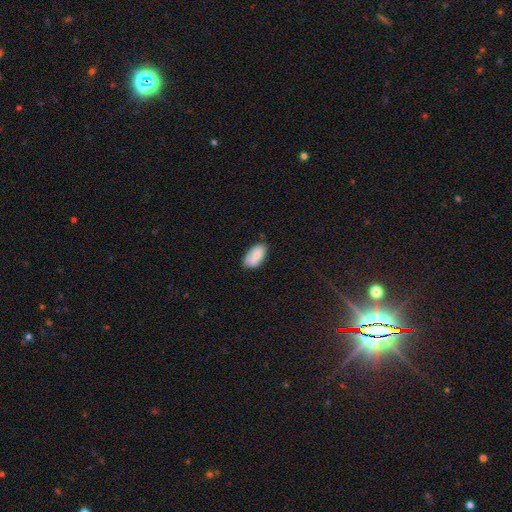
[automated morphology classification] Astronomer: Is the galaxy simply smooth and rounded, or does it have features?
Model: smooth — 75%.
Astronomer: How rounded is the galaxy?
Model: in between — 93%.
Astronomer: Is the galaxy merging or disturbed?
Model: none — 66%.